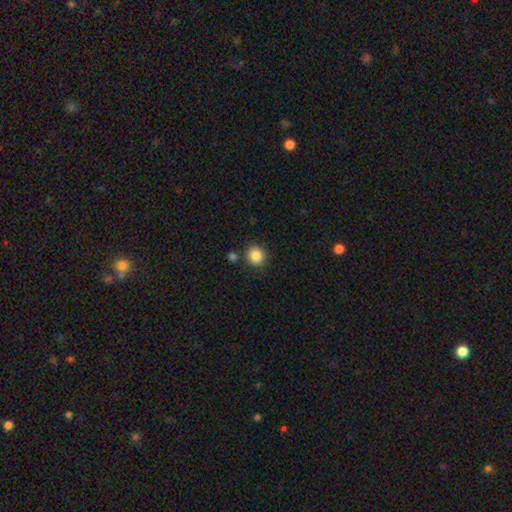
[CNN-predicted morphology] type=smooth (86%); roundness=round (90%); merging=none (84%).